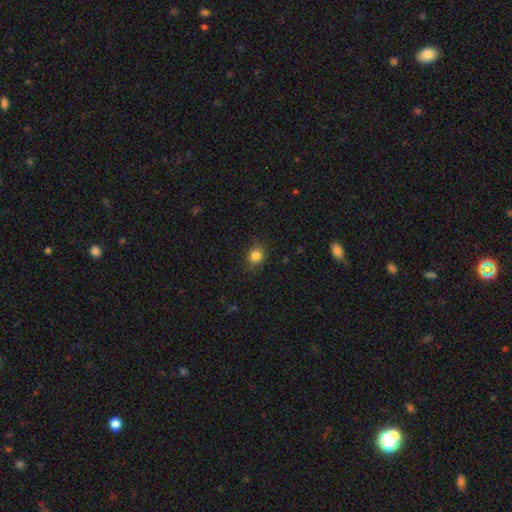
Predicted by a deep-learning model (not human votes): Morphology: type=smooth (83%); roundness=round (72%); merging=none (81%).